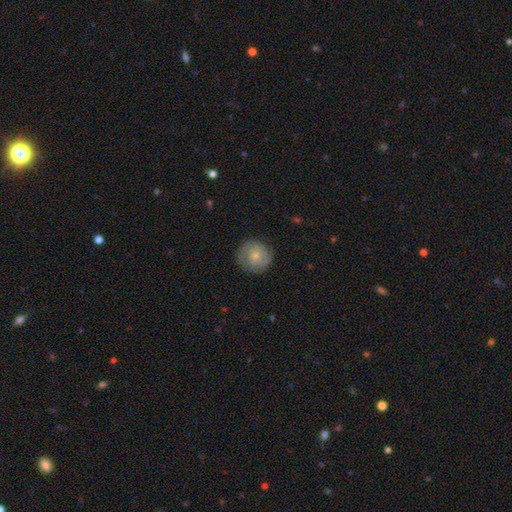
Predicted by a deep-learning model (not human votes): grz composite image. It shows a smooth galaxy with no disk features (47%). Merging: none (82%).